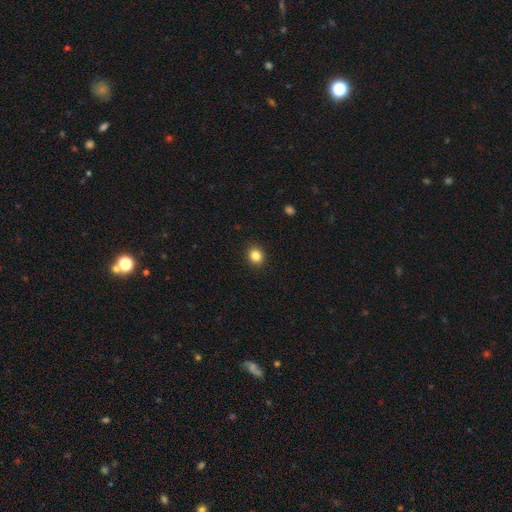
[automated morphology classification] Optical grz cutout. It shows a smooth galaxy with no disk features (85%) that is round (75%). Merging: none (91%).